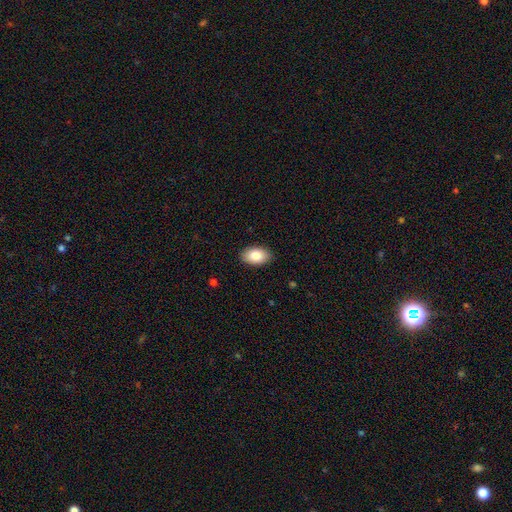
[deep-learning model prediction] Overall: smooth (86%). How rounded: in between (91%). Merging: none (88%).